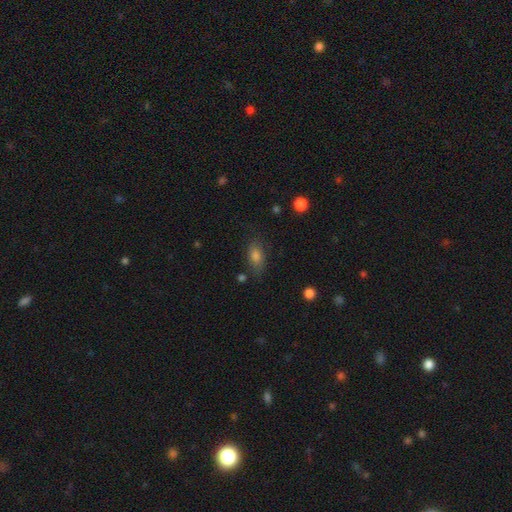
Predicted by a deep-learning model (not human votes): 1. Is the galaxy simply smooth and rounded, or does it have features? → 76% smooth, 13% star or artifact, 11% featured or disk.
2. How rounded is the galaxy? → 83% in between, 11% round, 6% cigar-shaped.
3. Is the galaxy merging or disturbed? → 74% none, 17% minor disturbance, 6% major disturbance, 3% merger.